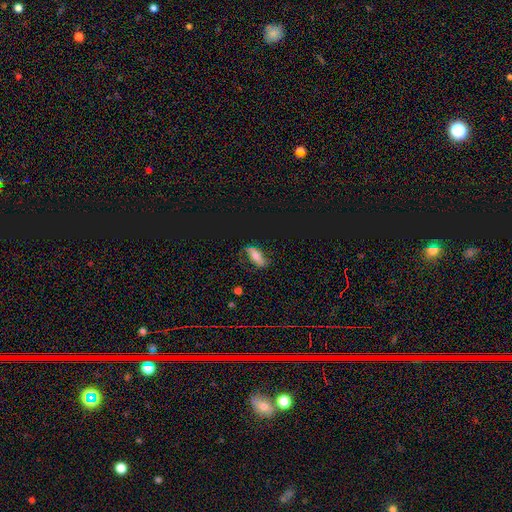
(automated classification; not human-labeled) Overall: smooth (48%; featured or disk 41%). Merging: none (64%).